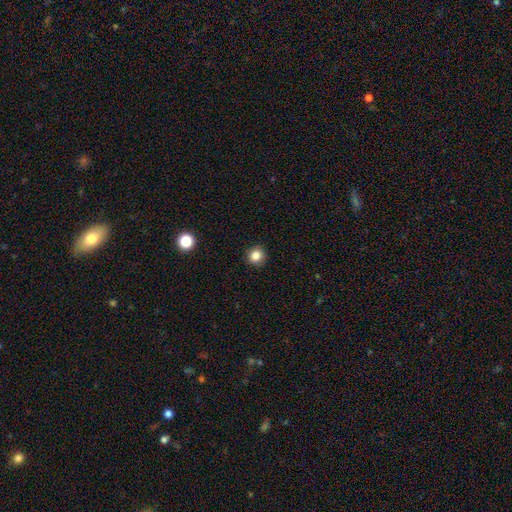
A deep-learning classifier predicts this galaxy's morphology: Smooth or featured: smooth — 84% (star or artifact — 11%)
How rounded: round — 92% (in between — 7%)
Merging: none — 91% (minor disturbance — 6%)